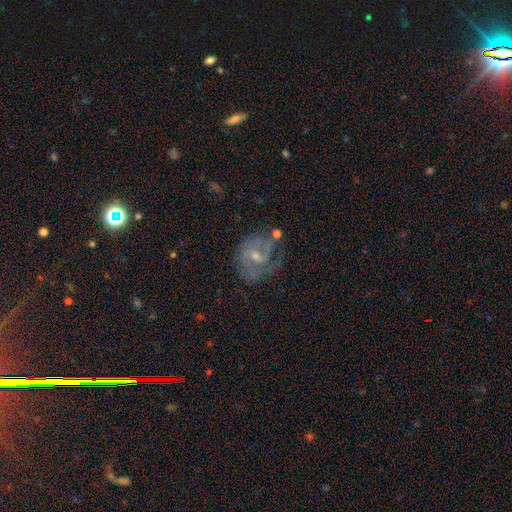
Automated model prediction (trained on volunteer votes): smooth-or-featured: featured or disk: 72% | smooth: 19% | star or artifact: 9%
  disk-edge-on: no: 97% | yes: 3%
    bar: weak: 49% | no: 40% | strong: 11%
    has-spiral-arms: yes: 80% | no: 20%
      spiral-winding: medium: 44% | tight: 32% | loose: 24%
      spiral-arm-count: 2: 40% | can't tell: 30% | 1: 13% | 3: 11% | 4: 3% | more than 4: 3%
    bulge-size: small: 52% | moderate: 43% | none: 3% | large: 2% | dominant: 1%
  merging: none: 47% | minor disturbance: 25% | major disturbance: 22% | merger: 6%